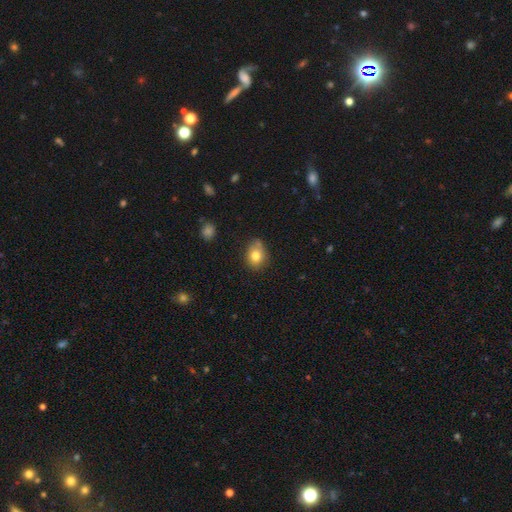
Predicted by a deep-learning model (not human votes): This appears to be a smooth galaxy with no disk features (78%) that is round (55%). Merging: none (67%).